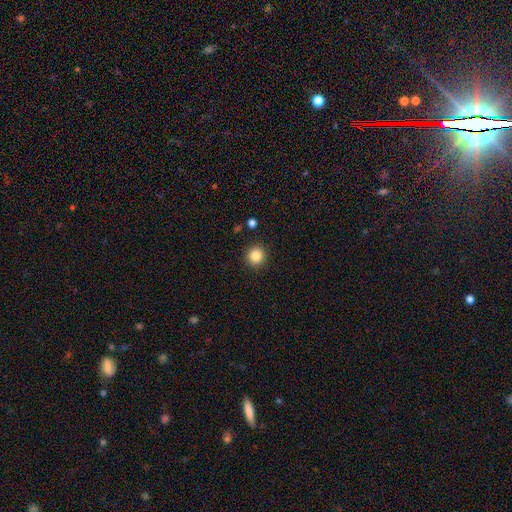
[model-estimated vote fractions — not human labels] This is clearly a smooth galaxy (85%). How rounded: clearly round (92%). Merging: clearly none (91%).